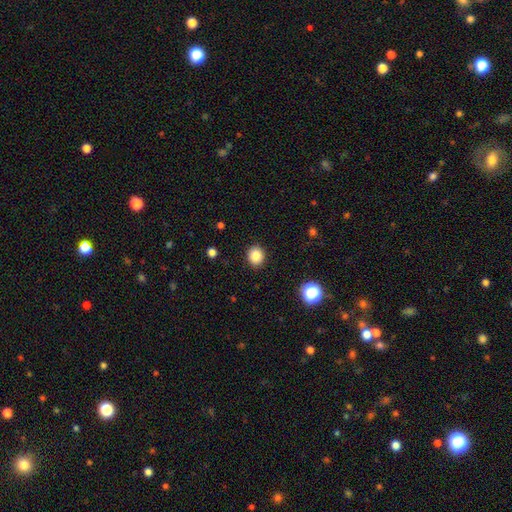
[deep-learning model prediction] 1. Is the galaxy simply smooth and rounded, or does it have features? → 86% smooth, 10% star or artifact, 4% featured or disk.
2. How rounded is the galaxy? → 74% round, 25% in between, 1% cigar-shaped.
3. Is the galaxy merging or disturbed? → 91% none, 6% minor disturbance, 2% major disturbance, 1% merger.